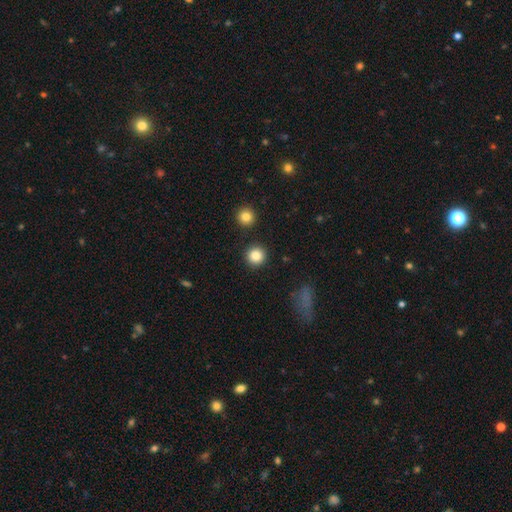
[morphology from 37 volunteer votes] A smooth galaxy with no disk features (89%) that is round (94%).

Vote fractions:
- Smooth or featured? smooth: 89% / featured or disk: 8% / star or artifact: 3%
- How rounded? round: 94% / in between: 6% / cigar-shaped: 0%
- Merging? none: 94% / minor disturbance: 3% / major disturbance: 3% / merger: 0%